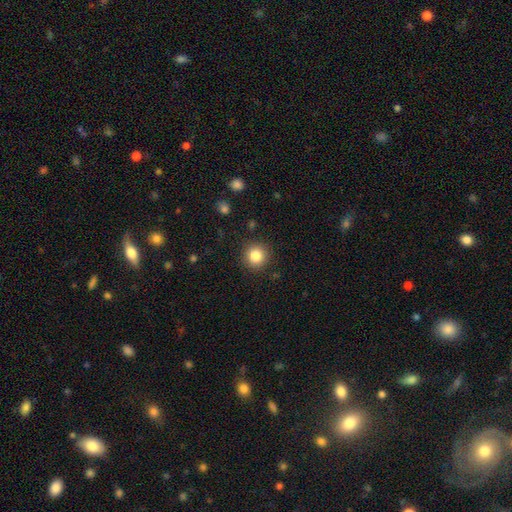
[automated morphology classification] smooth-or-featured: smooth: 84% | star or artifact: 10% | featured or disk: 6%
  how-rounded: round: 94% | in between: 5% | cigar-shaped: 1%
  merging: none: 90% | minor disturbance: 7% | major disturbance: 2% | merger: 1%